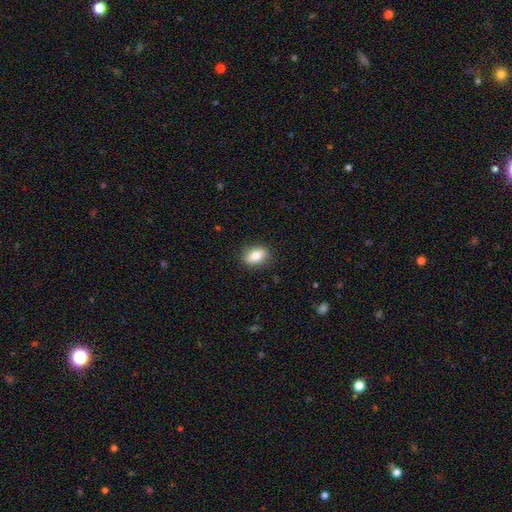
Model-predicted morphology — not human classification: A smooth galaxy with no disk features (78%) that is in between round and cigar-shaped (78%).

Vote fractions:
- Smooth or featured? smooth: 78% / featured or disk: 15% / star or artifact: 7%
- How rounded? in between: 78% / round: 18% / cigar-shaped: 5%
- Merging? none: 86% / minor disturbance: 11% / major disturbance: 3% / merger: 1%